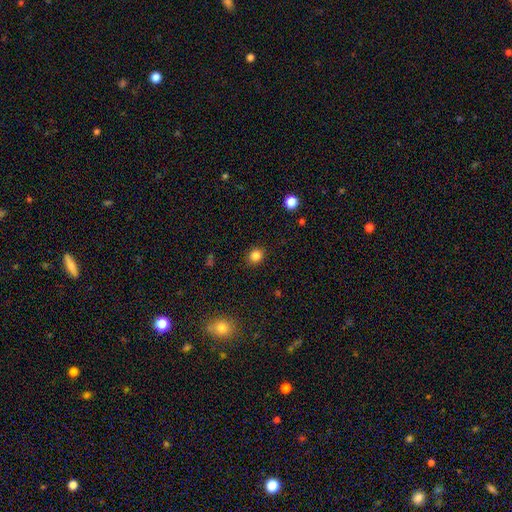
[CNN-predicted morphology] smooth 84%, star or artifact 12%, featured or disk 4%. Down the decision tree: how rounded — round (77%); merging — none (89%).